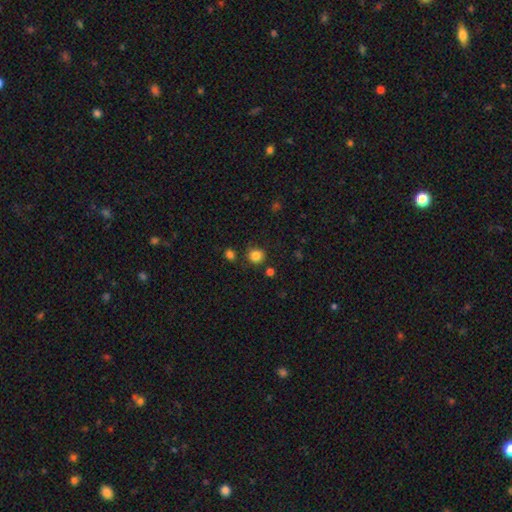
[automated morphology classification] This appears to be a smooth galaxy with no disk features (83%) that is round (90%). Merging: none (83%).